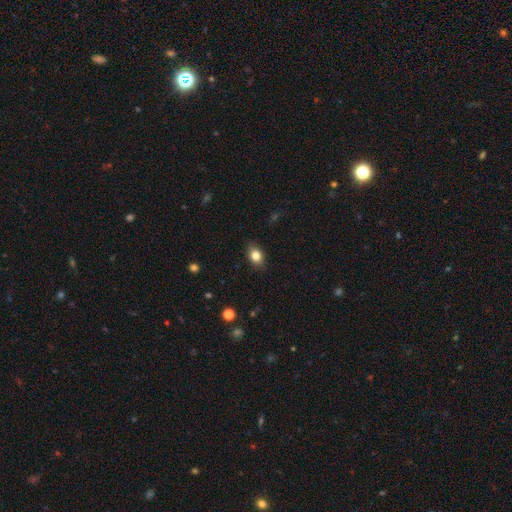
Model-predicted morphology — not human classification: Overall: smooth (82%). How rounded: in between (73%). Merging: none (86%).